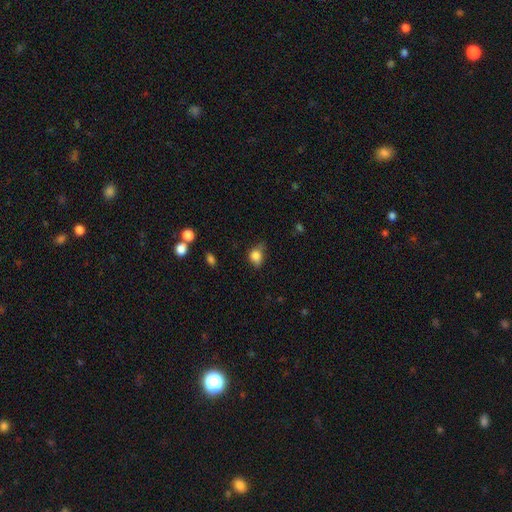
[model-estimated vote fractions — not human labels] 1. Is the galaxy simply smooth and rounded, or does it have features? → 81% smooth, 9% featured or disk, 9% star or artifact.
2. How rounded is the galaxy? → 51% in between, 47% round, 2% cigar-shaped.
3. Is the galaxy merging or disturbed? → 45% none, 39% minor disturbance, 13% major disturbance, 3% merger.